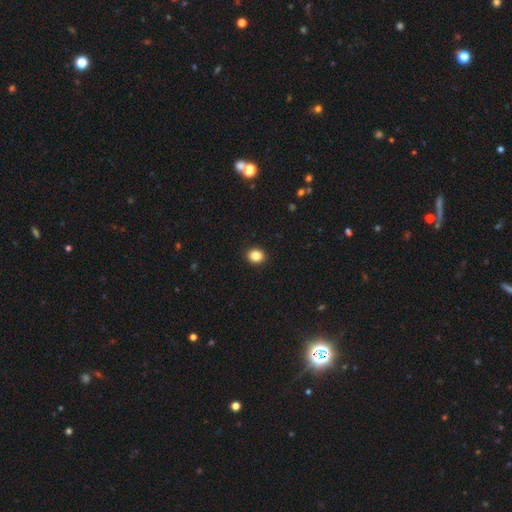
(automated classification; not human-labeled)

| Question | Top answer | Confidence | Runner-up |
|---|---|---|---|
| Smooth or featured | smooth | 86% | star or artifact (10%) |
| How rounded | round | 71% | in between (28%) |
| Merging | none | 93% | minor disturbance (5%) |